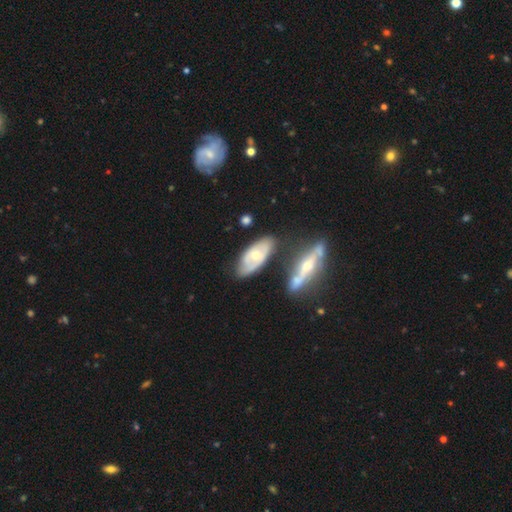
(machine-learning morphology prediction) Smooth or featured? featured or disk (63%)
Edge-on disk? no (84%)
Bar? no (76%)
Spiral arms? yes (51%)
Bulge size? moderate (58%)
Merging? none (66%)